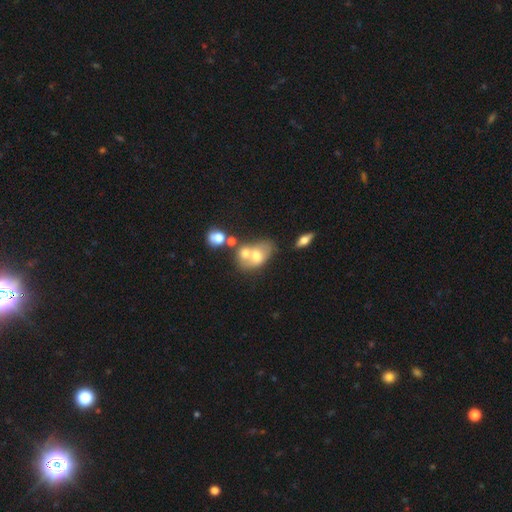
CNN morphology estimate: smooth_or_featured: smooth (p=0.59) [alt: featured or disk p=0.30]
how_rounded: in between (p=0.67) [alt: round p=0.31]
merging: merger (p=0.63) [alt: none p=0.21]